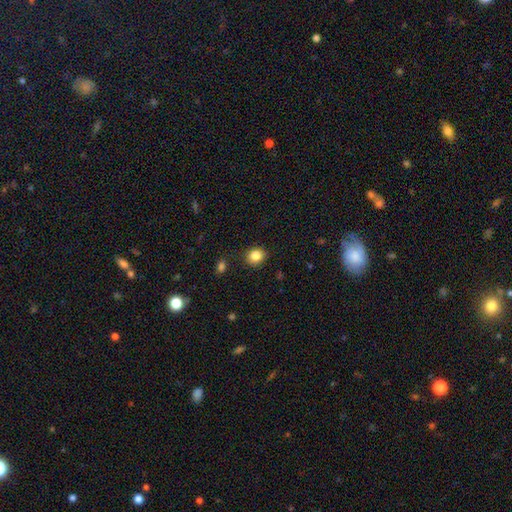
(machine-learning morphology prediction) Smooth or featured: smooth — 84% (star or artifact — 10%)
How rounded: round — 68% (in between — 31%)
Merging: none — 87% (minor disturbance — 10%)